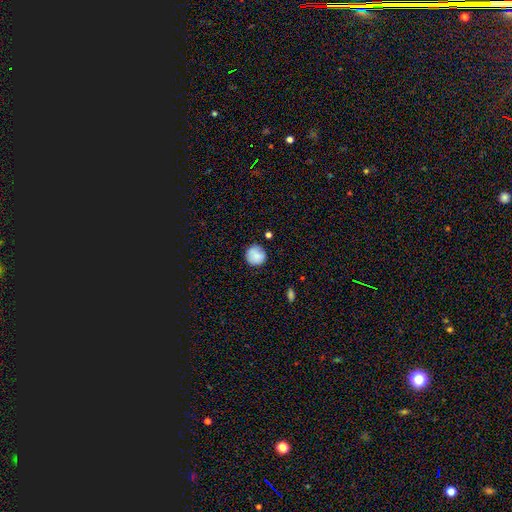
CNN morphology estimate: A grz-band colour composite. It shows a smooth galaxy with no disk features (81%) that is round (93%). Merging: none (81%).